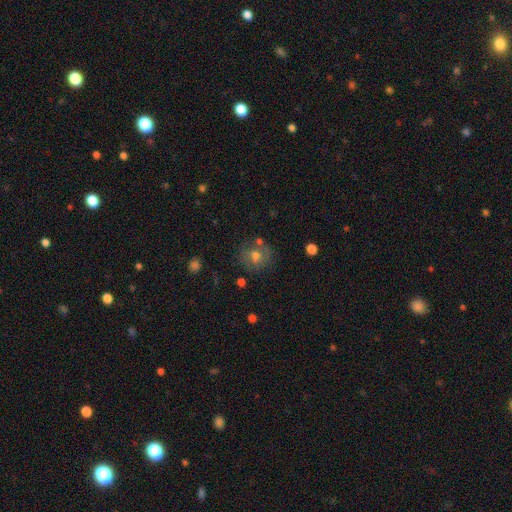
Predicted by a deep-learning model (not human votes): A smooth galaxy with no disk features (55%) that is round (75%).

Vote fractions:
- Smooth or featured? smooth: 55% / featured or disk: 30% / star or artifact: 15%
- How rounded? round: 75% / in between: 24% / cigar-shaped: 1%
- Merging? none: 69% / minor disturbance: 17% / merger: 7% / major disturbance: 7%